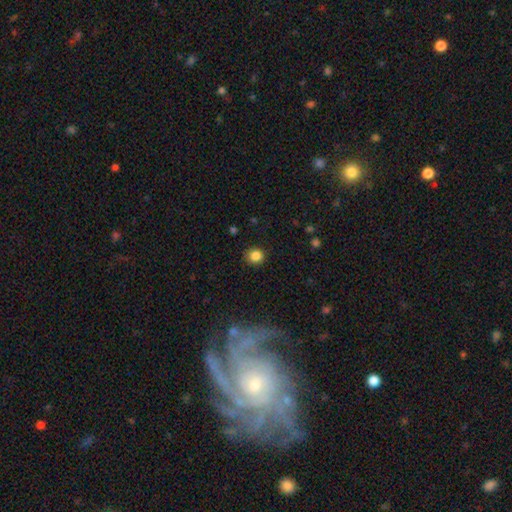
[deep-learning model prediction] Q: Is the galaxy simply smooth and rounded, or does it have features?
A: smooth — 84%.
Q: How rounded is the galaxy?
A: round — 88%.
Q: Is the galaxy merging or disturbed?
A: none — 89%.